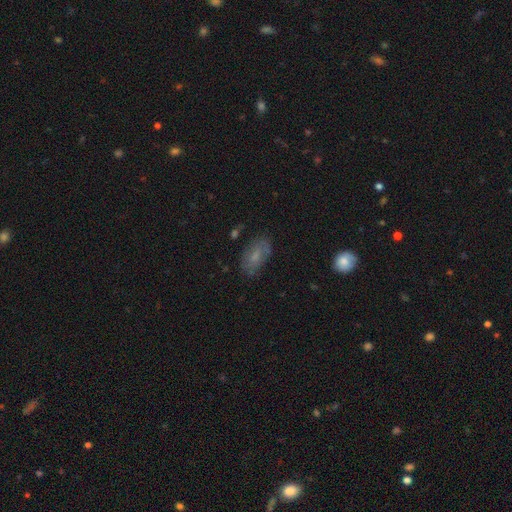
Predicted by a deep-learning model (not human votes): The model was most divided on "smooth or featured": smooth: 57%, featured or disk: 33%, star or artifact: 10%. More confident: how rounded — in between (90%); merging — none (72%).